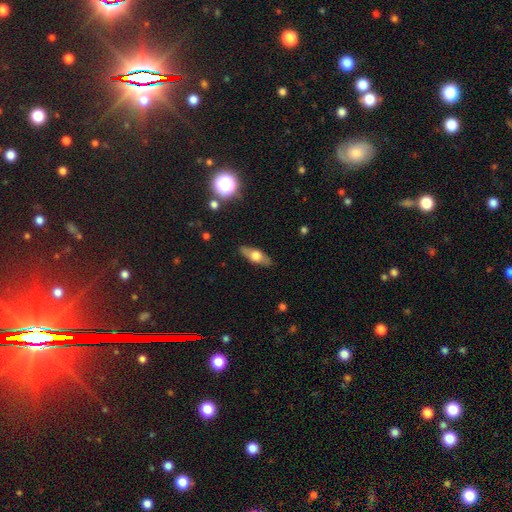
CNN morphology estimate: Smooth or featured? Predicted: smooth (p=0.51). How rounded? Predicted: in between (p=0.63). Merging? Predicted: none (p=0.85).